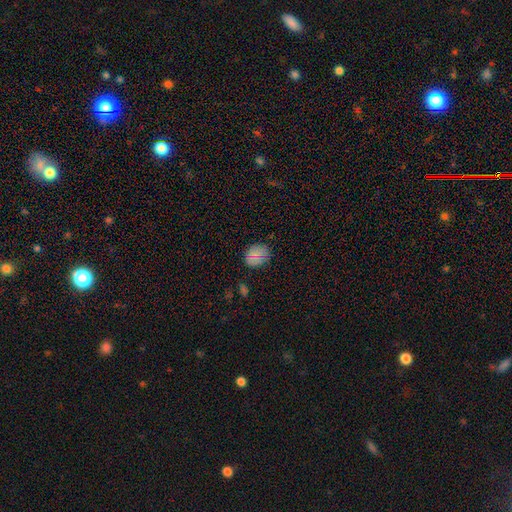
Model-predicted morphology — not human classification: type=smooth (81%); roundness=round (50%); merging=none (79%).